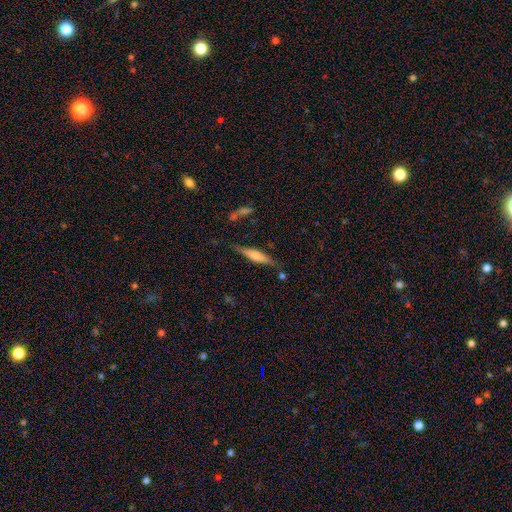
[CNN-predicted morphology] type=featured or disk (48%); merging=none (77%).